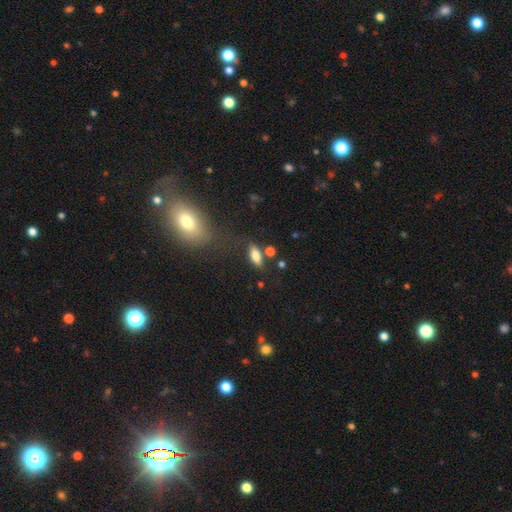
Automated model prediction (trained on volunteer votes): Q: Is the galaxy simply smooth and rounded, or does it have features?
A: smooth — 74%.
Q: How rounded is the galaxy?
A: in between — 80%.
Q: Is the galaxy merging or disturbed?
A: none — 73%.